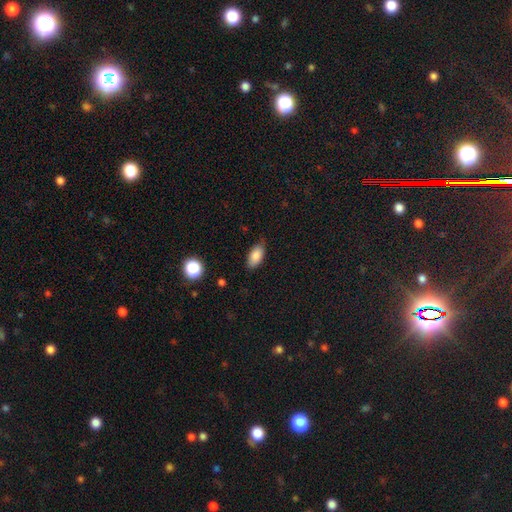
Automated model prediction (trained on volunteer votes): Morphology: type=smooth (85%); roundness=in between (92%); merging=none (78%).